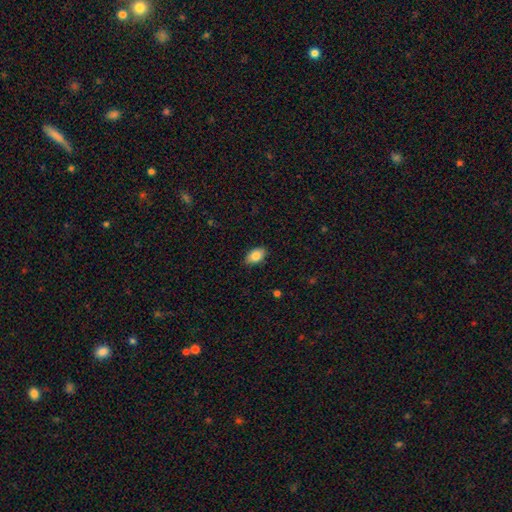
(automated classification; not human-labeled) A smooth galaxy with no disk features (85%) that is in between round and cigar-shaped (91%).

Vote fractions:
- Smooth or featured? smooth: 85% / featured or disk: 8% / star or artifact: 7%
- How rounded? in between: 91% / round: 8% / cigar-shaped: 2%
- Merging? none: 87% / minor disturbance: 10% / major disturbance: 2% / merger: 1%